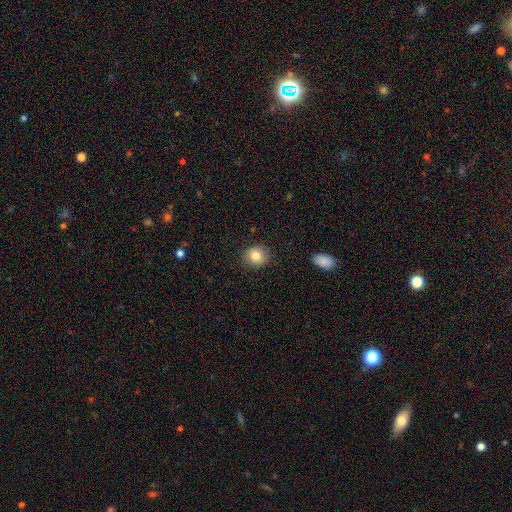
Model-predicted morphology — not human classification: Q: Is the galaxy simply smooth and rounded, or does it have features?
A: smooth — 84%.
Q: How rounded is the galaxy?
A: round — 84%.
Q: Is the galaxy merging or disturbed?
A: none — 89%.